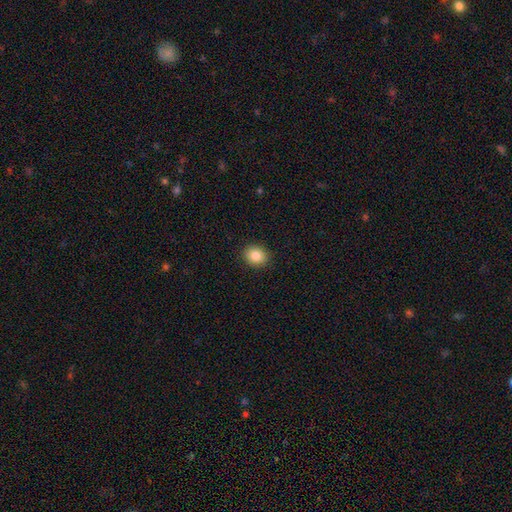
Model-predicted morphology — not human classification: Smooth or featured: smooth — 85% (star or artifact — 9%)
How rounded: round — 64% (in between — 35%)
Merging: none — 90% (minor disturbance — 7%)